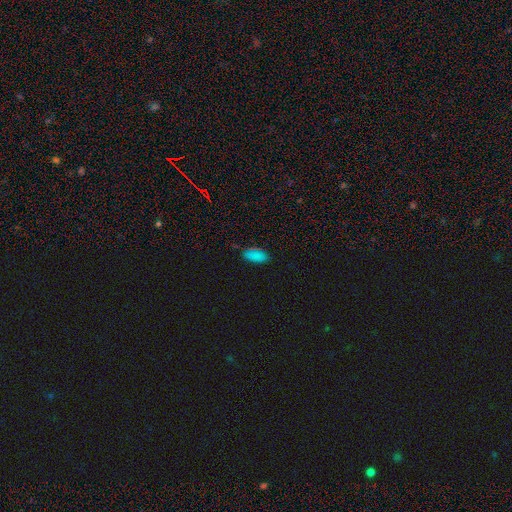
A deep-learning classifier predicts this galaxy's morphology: A smooth galaxy with no disk features (80%) that is in between round and cigar-shaped (89%).

Vote fractions:
- Smooth or featured? smooth: 80% / star or artifact: 15% / featured or disk: 6%
- How rounded? in between: 89% / cigar-shaped: 8% / round: 3%
- Merging? none: 76% / minor disturbance: 18% / major disturbance: 4% / merger: 2%